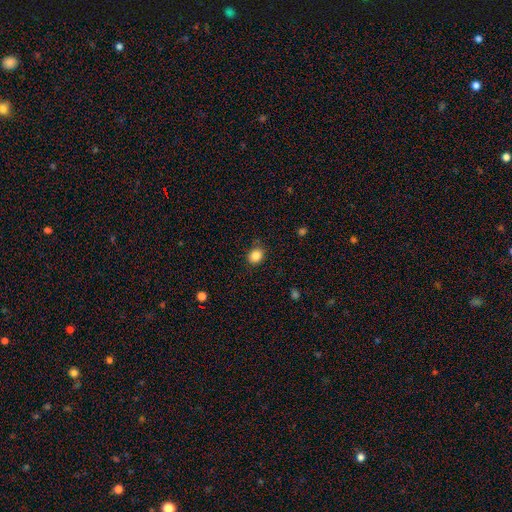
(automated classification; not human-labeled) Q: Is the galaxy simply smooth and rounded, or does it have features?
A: smooth — 86%.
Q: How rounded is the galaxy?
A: round — 65%.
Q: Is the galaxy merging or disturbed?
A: none — 83%.